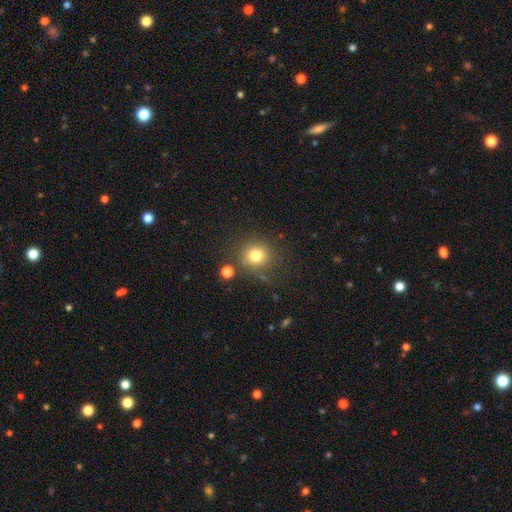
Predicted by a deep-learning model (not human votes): Smooth or featured? Predicted: smooth (p=0.78). How rounded? Predicted: round (p=0.88). Merging? Predicted: none (p=0.78).